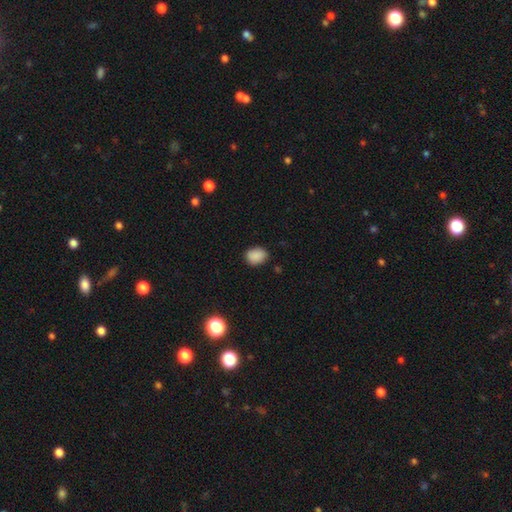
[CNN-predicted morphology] Smooth or featured?
  - smooth: 87% *
  - star or artifact: 9%
  - featured or disk: 3%
How rounded?
  - in between: 59% *
  - round: 40%
  - cigar-shaped: 1%
Merging?
  - none: 83% *
  - minor disturbance: 13%
  - major disturbance: 3%
  - merger: 1%